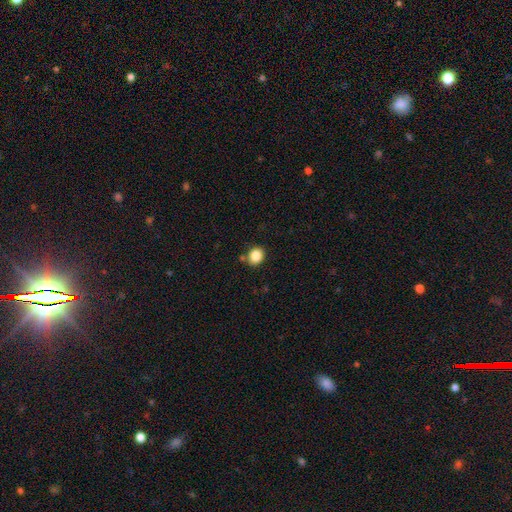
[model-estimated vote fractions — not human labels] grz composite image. It shows a smooth galaxy with no disk features (86%) that is round (71%). Merging: none (81%).